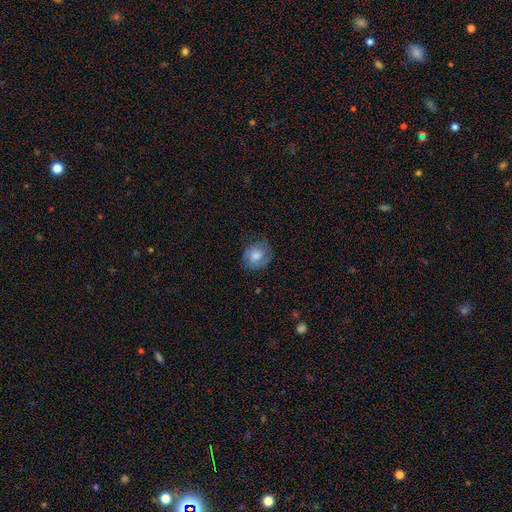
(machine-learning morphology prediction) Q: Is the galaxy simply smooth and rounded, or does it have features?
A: smooth — 58%.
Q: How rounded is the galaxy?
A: round — 66%.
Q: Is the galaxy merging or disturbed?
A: none — 71%.